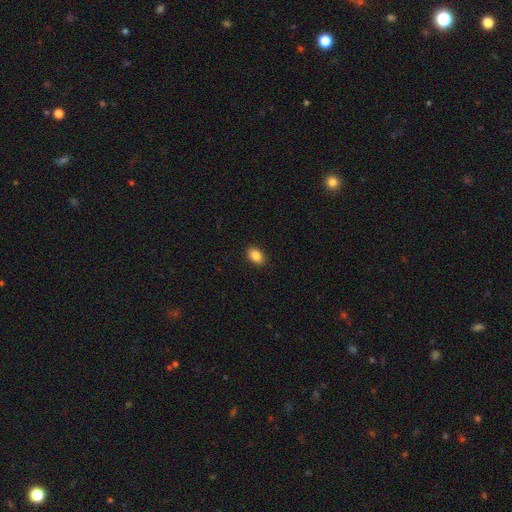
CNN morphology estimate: type=smooth (86%); roundness=in between (81%); merging=none (89%).